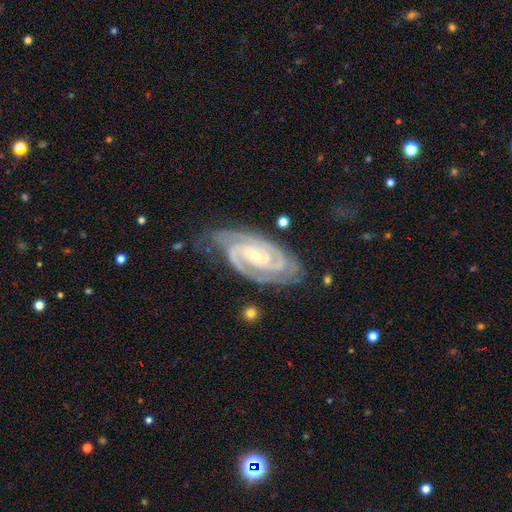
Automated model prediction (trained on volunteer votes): Smooth or featured?
  - featured or disk: 93% *
  - star or artifact: 4%
  - smooth: 3%
Edge-on disk?
  - no: 97% *
  - yes: 3%
Bar?
  - no: 43% *
  - weak: 35%
  - strong: 21%
Spiral arms?
  - yes: 99% *
  - no: 1%
Spiral winding?
  - tight: 73% *
  - medium: 24%
  - loose: 3%
Spiral arm count?
  - 2: 71% *
  - 3: 15%
  - can't tell: 5%
  - 4: 3%
  - 1: 2%
  - more than 4: 2%
Bulge size?
  - small: 77% *
  - moderate: 19%
  - none: 2%
  - large: 1%
  - dominant: 1%
Merging?
  - none: 73% *
  - minor disturbance: 20%
  - major disturbance: 5%
  - merger: 2%